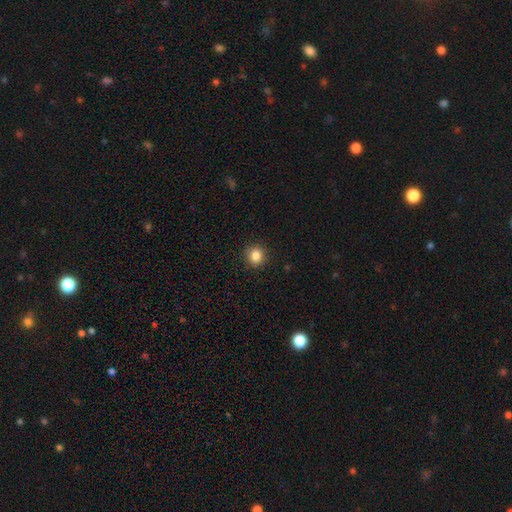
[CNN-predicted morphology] smooth-or-featured: smooth: 85% | star or artifact: 10% | featured or disk: 4%
  how-rounded: round: 90% | in between: 9% | cigar-shaped: 1%
  merging: none: 91% | minor disturbance: 6% | major disturbance: 2% | merger: 1%